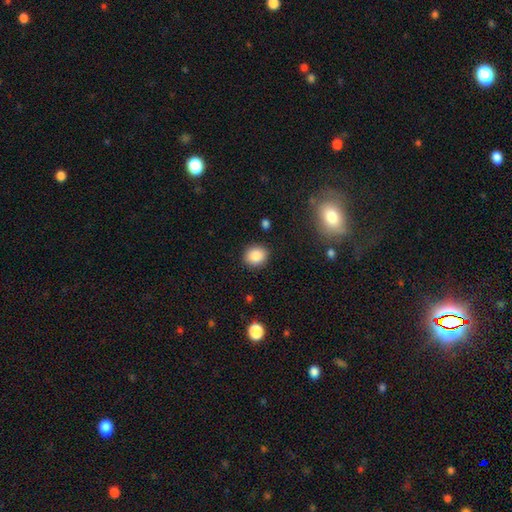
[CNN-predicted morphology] Q: Smooth or featured?
A: smooth (86%); runner-up: star or artifact (9%)
Q: How rounded?
A: round (74%); runner-up: in between (25%)
Q: Merging?
A: none (89%); runner-up: minor disturbance (7%)